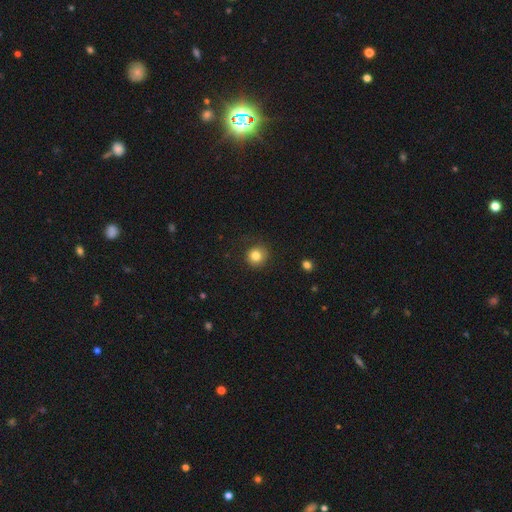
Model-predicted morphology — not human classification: Q: Smooth or featured?
A: smooth (82%); runner-up: star or artifact (11%)
Q: How rounded?
A: round (92%); runner-up: in between (8%)
Q: Merging?
A: none (83%); runner-up: minor disturbance (12%)